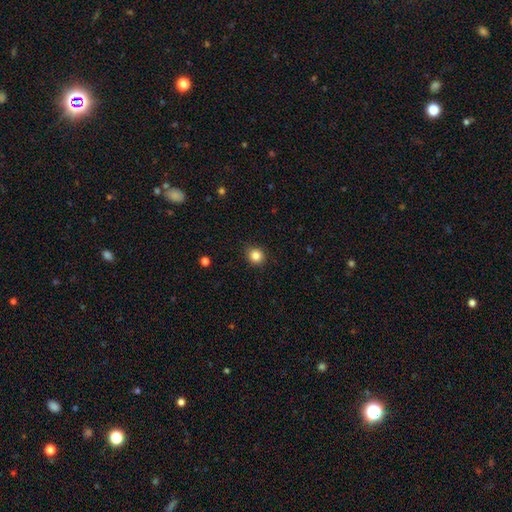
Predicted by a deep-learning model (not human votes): Smooth or featured? smooth (84%)
How rounded? round (86%)
Merging? none (89%)